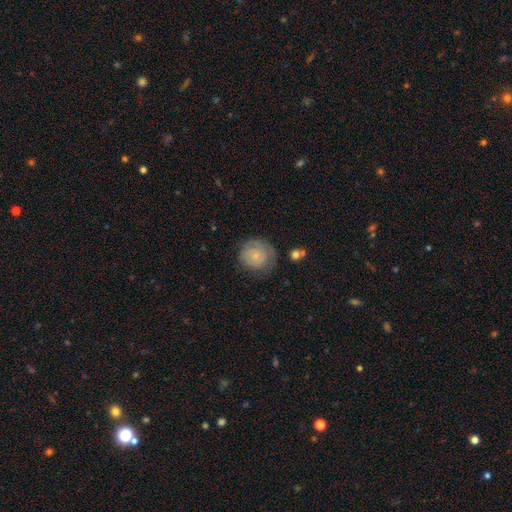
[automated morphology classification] This appears to be a smooth galaxy with no disk features (52%) that is round (88%). Merging: none (66%).